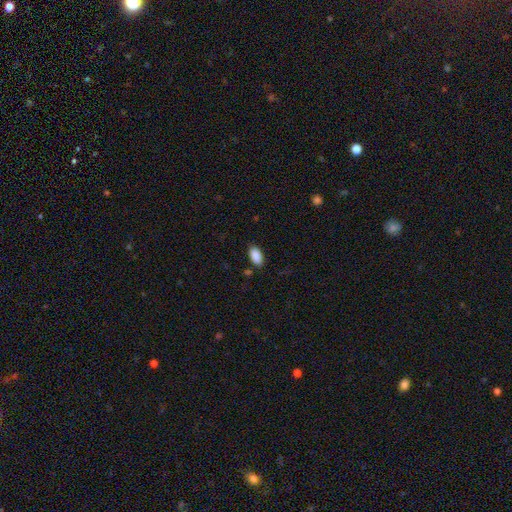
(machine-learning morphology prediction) The model was most divided on "merging": none: 85%, minor disturbance: 10%, major disturbance: 2%, merger: 2%. More confident: how rounded — in between (94%); smooth or featured — smooth (90%).